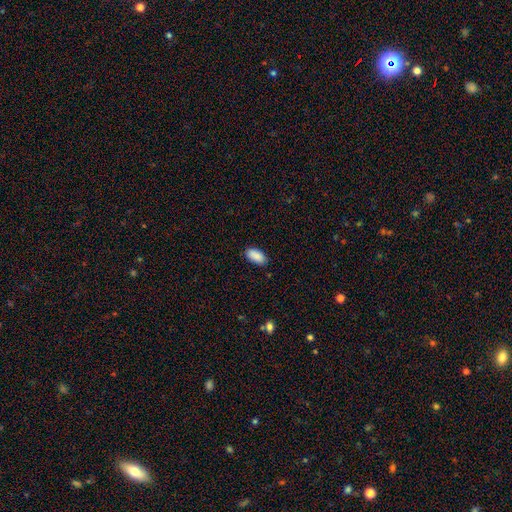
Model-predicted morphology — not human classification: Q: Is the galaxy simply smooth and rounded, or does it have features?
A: smooth — 90%.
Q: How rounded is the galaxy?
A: in between — 93%.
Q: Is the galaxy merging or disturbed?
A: none — 86%.